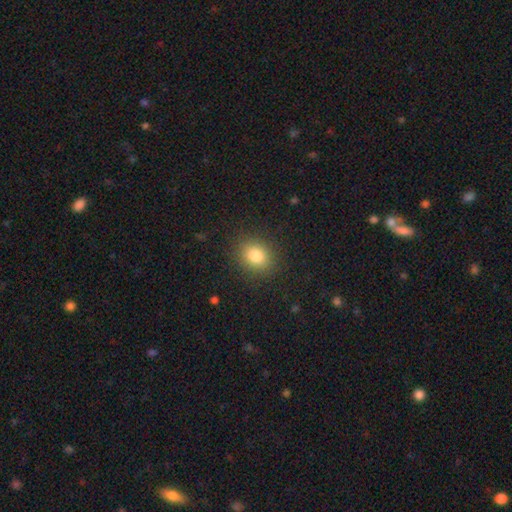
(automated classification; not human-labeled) Morphology: type=smooth (82%); roundness=round (60%); merging=none (88%).